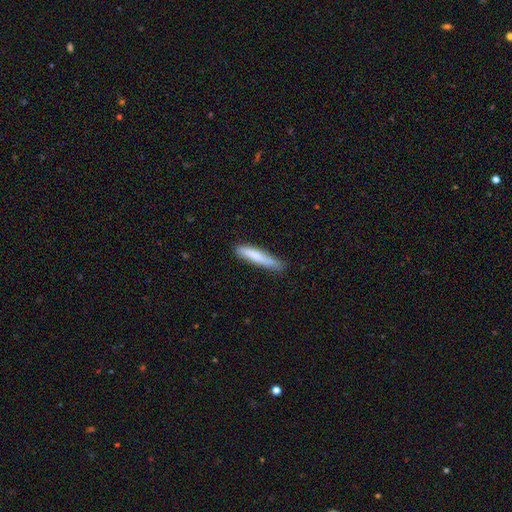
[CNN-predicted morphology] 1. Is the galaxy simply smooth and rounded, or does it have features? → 78% smooth, 16% featured or disk, 6% star or artifact.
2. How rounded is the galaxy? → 88% cigar-shaped, 11% in between, 1% round.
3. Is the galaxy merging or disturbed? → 72% none, 22% minor disturbance, 4% major disturbance, 2% merger.